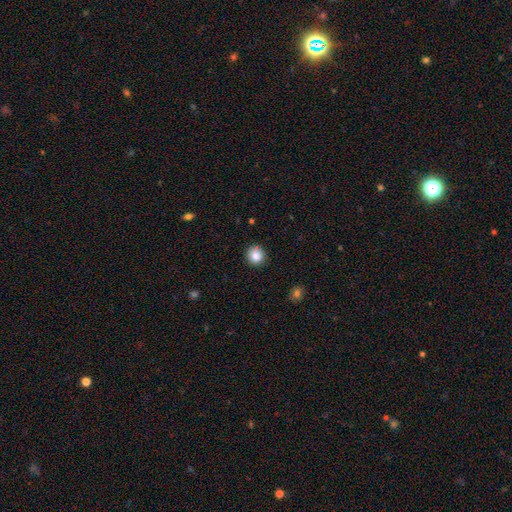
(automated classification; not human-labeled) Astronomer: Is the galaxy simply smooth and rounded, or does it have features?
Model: smooth — 85%.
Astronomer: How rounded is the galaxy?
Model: round — 91%.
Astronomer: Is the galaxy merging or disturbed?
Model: none — 88%.